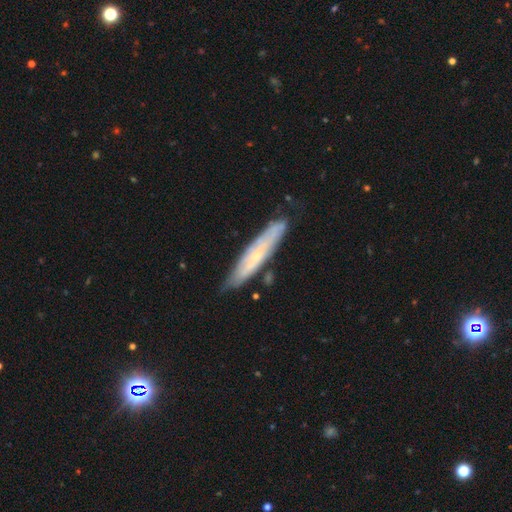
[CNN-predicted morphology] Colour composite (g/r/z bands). It shows a featured or disk galaxy (53%) viewed edge-on (61%). Merging: none (77%).